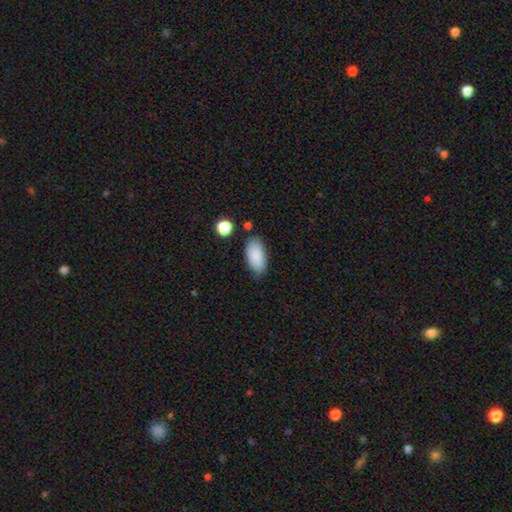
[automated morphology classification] Q: Smooth or featured?
A: smooth (88%); runner-up: star or artifact (7%)
Q: How rounded?
A: in between (93%); runner-up: cigar-shaped (5%)
Q: Merging?
A: none (78%); runner-up: minor disturbance (14%)